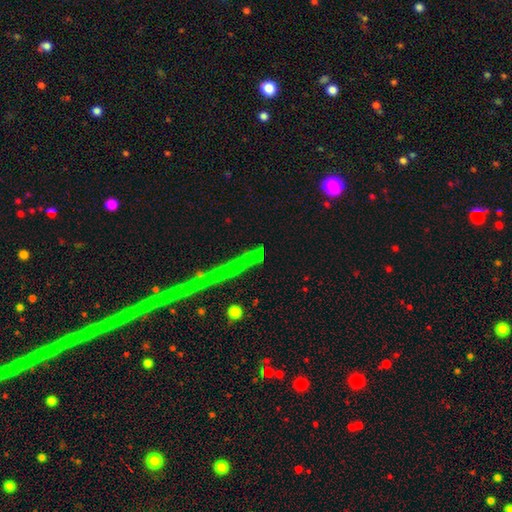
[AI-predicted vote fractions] Overall: star or artifact (63%).